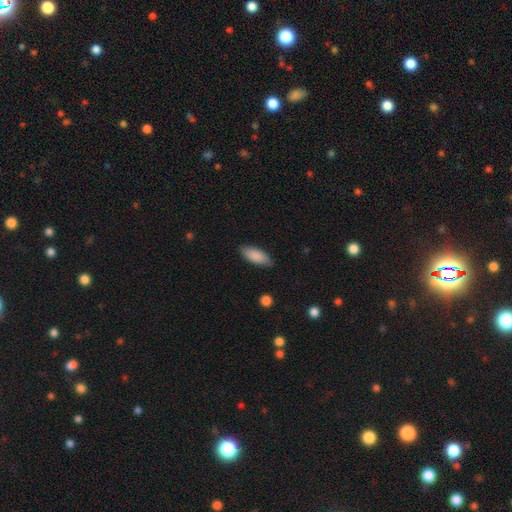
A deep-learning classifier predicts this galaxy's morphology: Smooth or featured: smooth — 87% (featured or disk — 8%)
How rounded: in between — 81% (cigar-shaped — 18%)
Merging: none — 82% (minor disturbance — 14%)